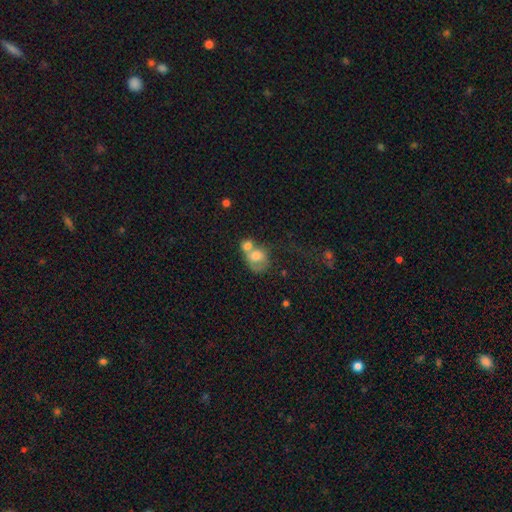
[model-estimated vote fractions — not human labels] This is likely a smooth galaxy (65%). How rounded: possibly round (51%). Merging: likely merger (66%).